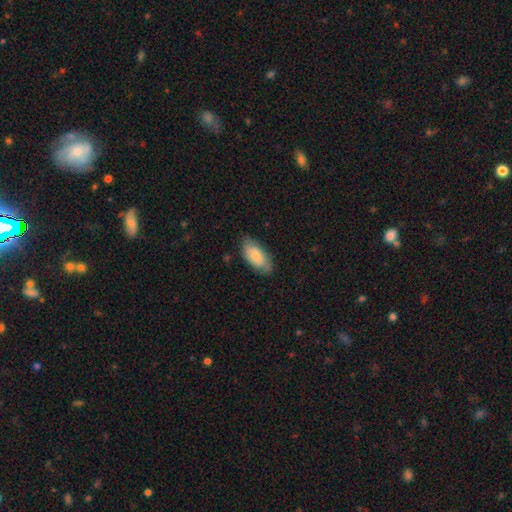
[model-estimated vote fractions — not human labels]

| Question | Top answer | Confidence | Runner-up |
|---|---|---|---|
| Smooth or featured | smooth | 71% | featured or disk (23%) |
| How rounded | in between | 91% | cigar-shaped (7%) |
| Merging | none | 72% | minor disturbance (22%) |